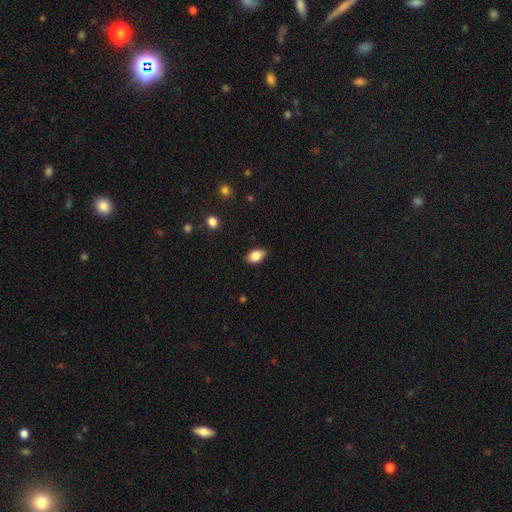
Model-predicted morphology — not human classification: Overall: smooth (82%). How rounded: in between (88%). Merging: none (84%).